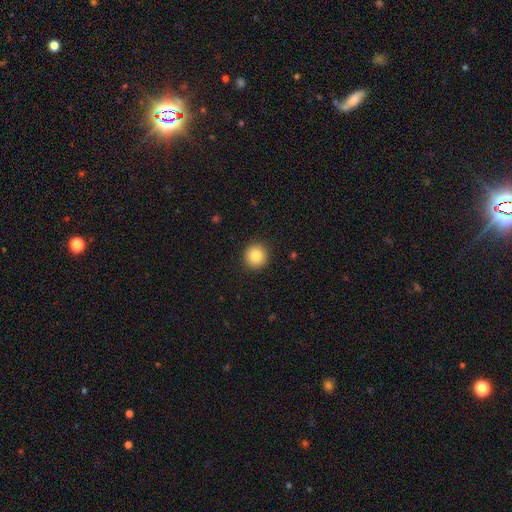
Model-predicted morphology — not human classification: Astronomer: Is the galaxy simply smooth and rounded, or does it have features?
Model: smooth — 86%.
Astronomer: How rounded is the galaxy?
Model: round — 93%.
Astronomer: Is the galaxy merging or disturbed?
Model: none — 92%.